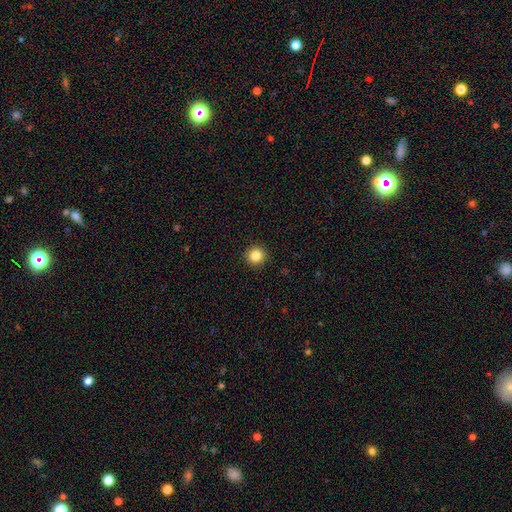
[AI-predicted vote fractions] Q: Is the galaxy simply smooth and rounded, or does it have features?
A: smooth — 85%.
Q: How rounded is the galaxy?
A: round — 95%.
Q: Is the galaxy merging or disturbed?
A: none — 93%.